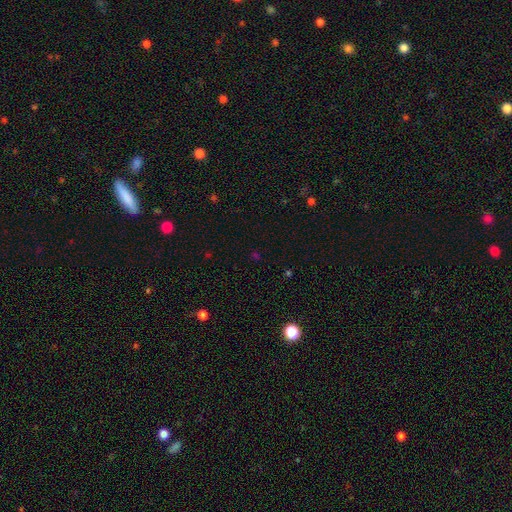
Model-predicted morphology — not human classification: The model was most divided on "smooth or featured": star or artifact: 60%, smooth: 33%, featured or disk: 7%.